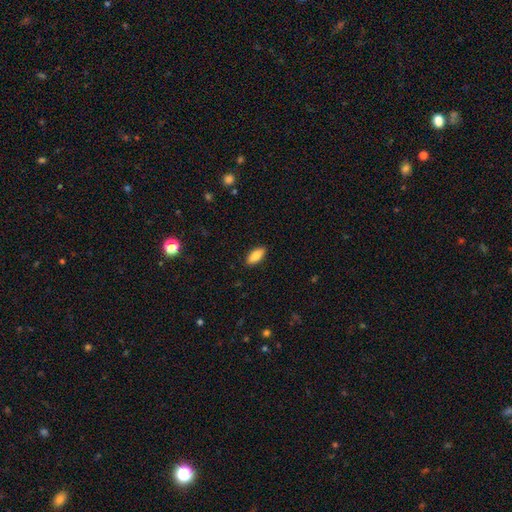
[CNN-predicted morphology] A smooth galaxy with no disk features (86%) that is in between round and cigar-shaped (82%).

Vote fractions:
- Smooth or featured? smooth: 86% / featured or disk: 8% / star or artifact: 6%
- How rounded? in between: 82% / cigar-shaped: 16% / round: 2%
- Merging? none: 89% / minor disturbance: 8% / major disturbance: 2% / merger: 1%